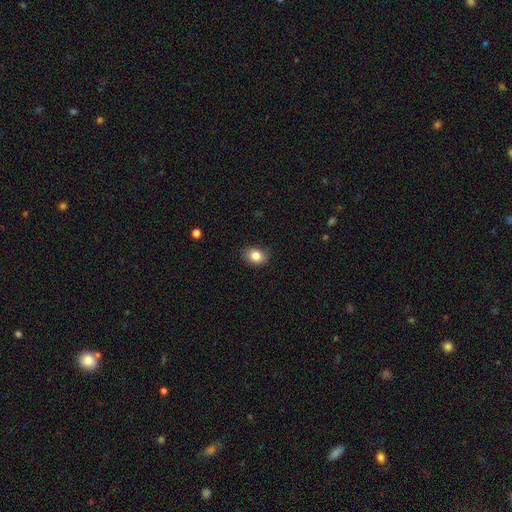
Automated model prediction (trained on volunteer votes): This appears to be a smooth galaxy with no disk features (84%) that is in between round and cigar-shaped (60%). Merging: none (85%).